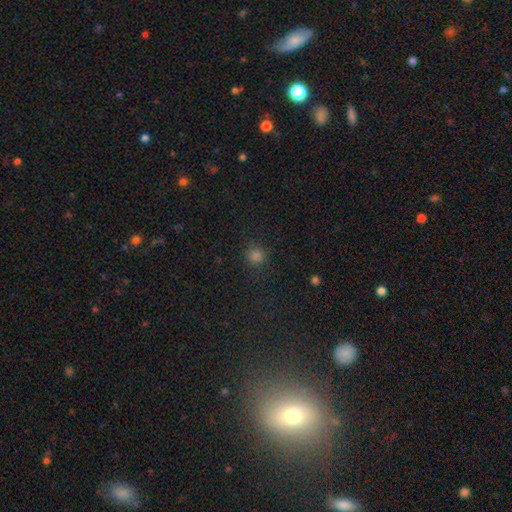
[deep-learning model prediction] Smooth or featured: smooth — 75% (star or artifact — 21%)
How rounded: round — 93% (in between — 6%)
Merging: none — 88% (minor disturbance — 8%)